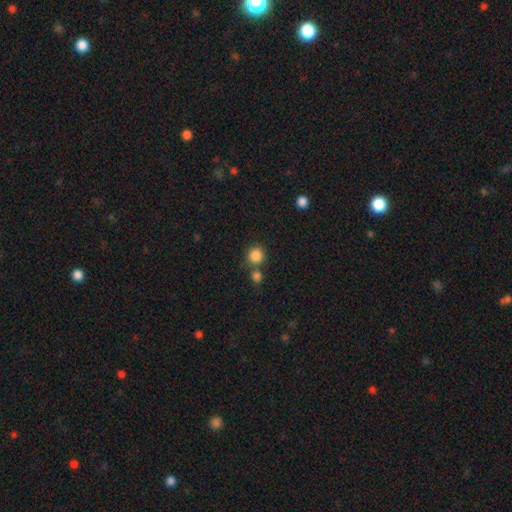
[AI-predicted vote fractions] smooth 85%, star or artifact 10%, featured or disk 4%. Down the decision tree: how rounded — round (92%); merging — none (67%).